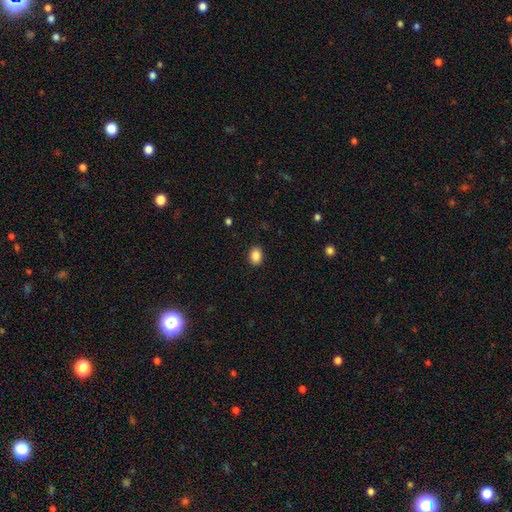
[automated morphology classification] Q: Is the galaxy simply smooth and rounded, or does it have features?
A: smooth — 88%.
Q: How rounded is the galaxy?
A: in between — 72%.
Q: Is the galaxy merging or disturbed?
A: none — 90%.